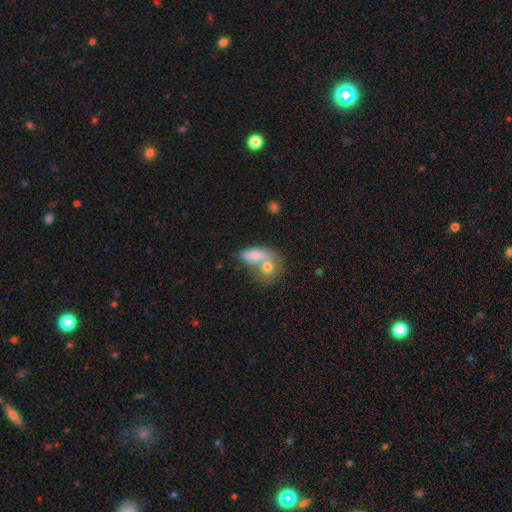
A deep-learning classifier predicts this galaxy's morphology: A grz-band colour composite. It shows a smooth galaxy with no disk features (75%) that is in between round and cigar-shaped (78%). Merging: merger (62%).